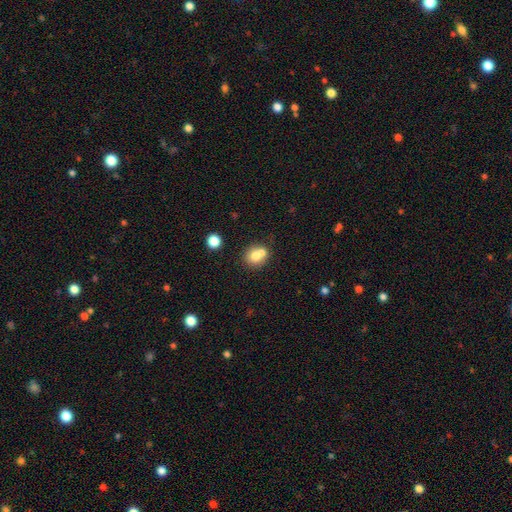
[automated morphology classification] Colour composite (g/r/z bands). It shows a smooth galaxy with no disk features (73%) that is round (79%). Merging: merger (47%).